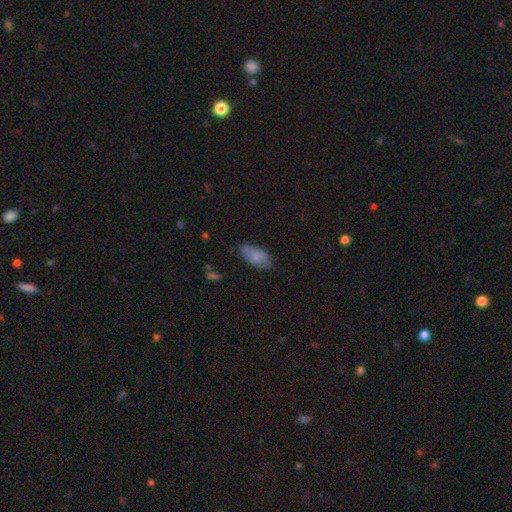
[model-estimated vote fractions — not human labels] Smooth or featured? smooth (83%)
How rounded? in between (89%)
Merging? none (69%)